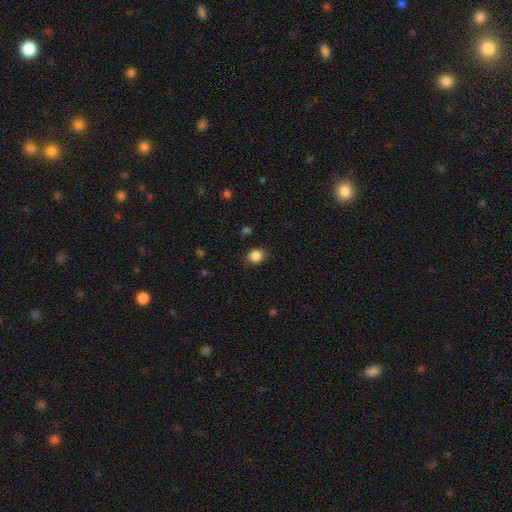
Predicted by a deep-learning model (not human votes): This appears to be a smooth galaxy with no disk features (86%) that is round (72%). Merging: none (85%).